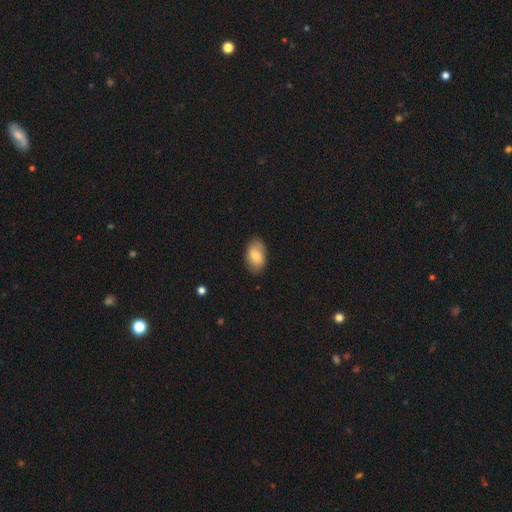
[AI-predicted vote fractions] The model was most divided on "smooth or featured": smooth: 75%, featured or disk: 18%, star or artifact: 7%. More confident: how rounded — in between (91%); merging — none (84%).